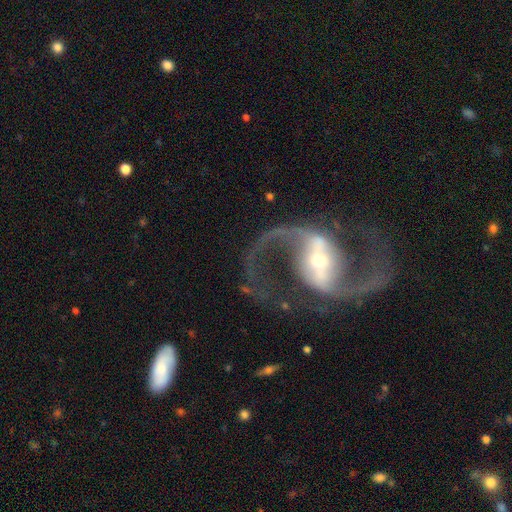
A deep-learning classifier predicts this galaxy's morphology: This is clearly a featured or disk galaxy (92%). It is clearly not viewed edge-on (97%). Bar: possibly strong (53%). Spiral arm pattern: clearly yes (97%). Spiral arm count: clearly 2 (95%). Spiral winding: possibly loose (47%). Central bulge: possibly small (47%). Merging: likely none (78%).